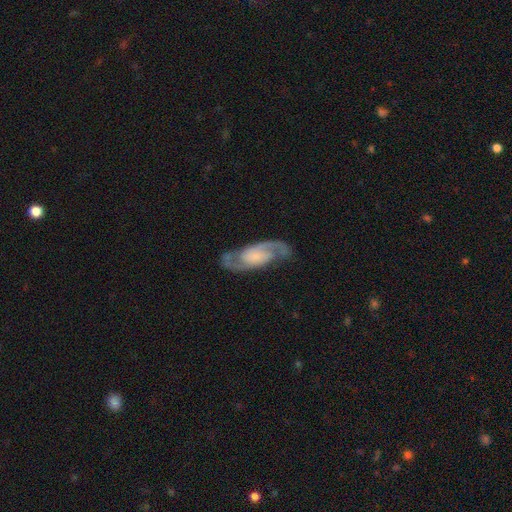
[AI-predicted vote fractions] smooth-or-featured: featured or disk: 88% | smooth: 7% | star or artifact: 5%
  disk-edge-on: no: 95% | yes: 5%
    bar: no: 51% | weak: 36% | strong: 14%
    has-spiral-arms: yes: 97% | no: 3%
      spiral-winding: medium: 56% | tight: 23% | loose: 21%
      spiral-arm-count: 2: 93% | can't tell: 2% | 1: 1% | 3: 1% | 4: 1% | more than 4: 1%
    bulge-size: none: 33% | small: 32% | moderate: 20% | large: 12% | dominant: 3%
  merging: none: 80% | minor disturbance: 14% | major disturbance: 5% | merger: 2%